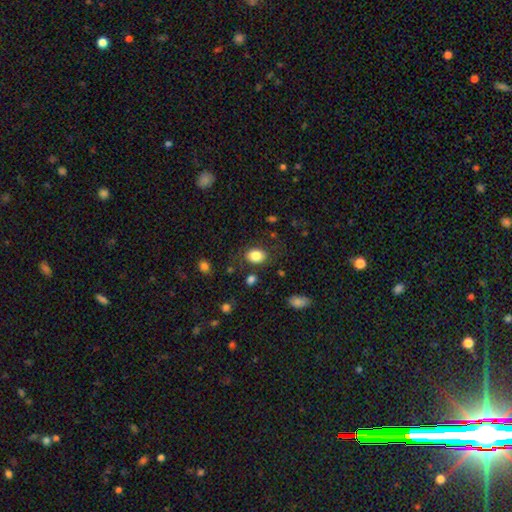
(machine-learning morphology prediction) smooth 84%, star or artifact 9%, featured or disk 7%. Down the decision tree: how rounded — in between (68%); merging — none (79%).